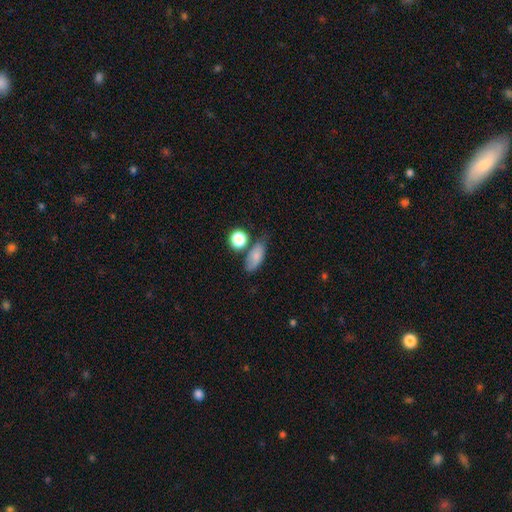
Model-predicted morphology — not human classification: Smooth or featured? smooth (79%)
How rounded? in between (75%)
Merging? none (60%)